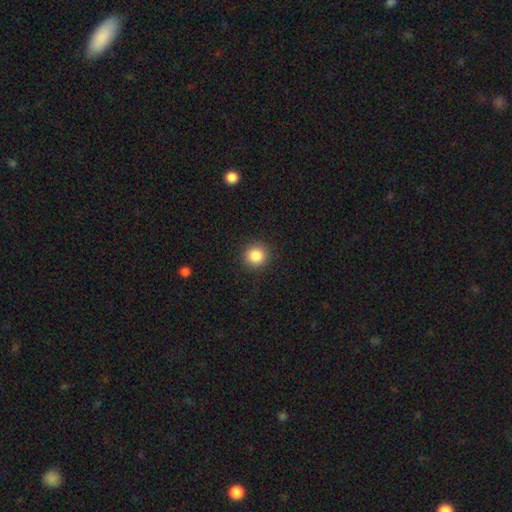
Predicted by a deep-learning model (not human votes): This appears to be a smooth galaxy with no disk features (86%) that is round (93%). Merging: none (91%).